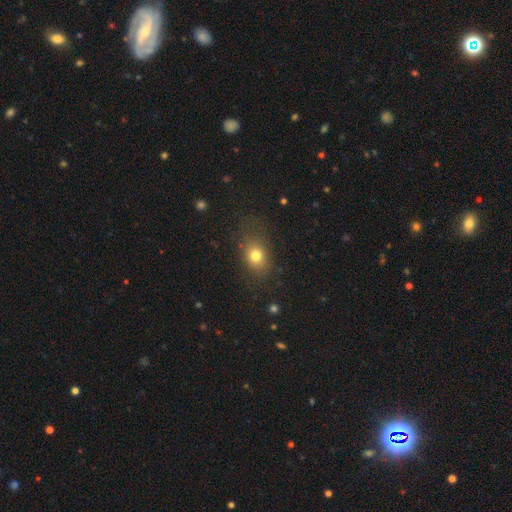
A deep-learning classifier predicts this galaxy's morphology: A smooth galaxy with no disk features (77%) that is in between round and cigar-shaped (53%).

Vote fractions:
- Smooth or featured? smooth: 77% / star or artifact: 13% / featured or disk: 10%
- How rounded? in between: 53% / round: 46% / cigar-shaped: 1%
- Merging? none: 76% / minor disturbance: 15% / major disturbance: 8% / merger: 2%